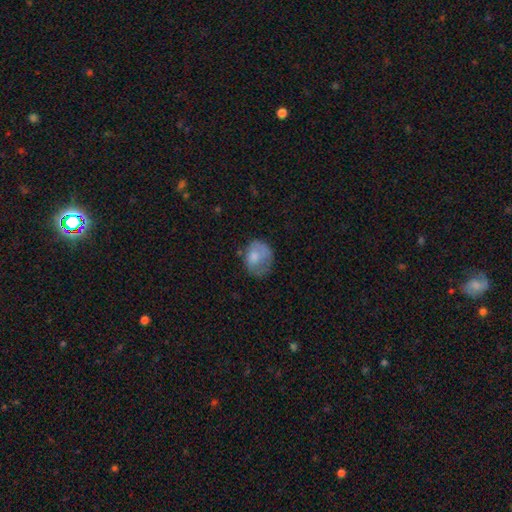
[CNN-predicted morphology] A smooth galaxy with no disk features (68%) that is round (54%).

Vote fractions:
- Smooth or featured? smooth: 68% / featured or disk: 23% / star or artifact: 8%
- How rounded? round: 54% / in between: 45% / cigar-shaped: 1%
- Merging? none: 42% / minor disturbance: 31% / major disturbance: 24% / merger: 3%